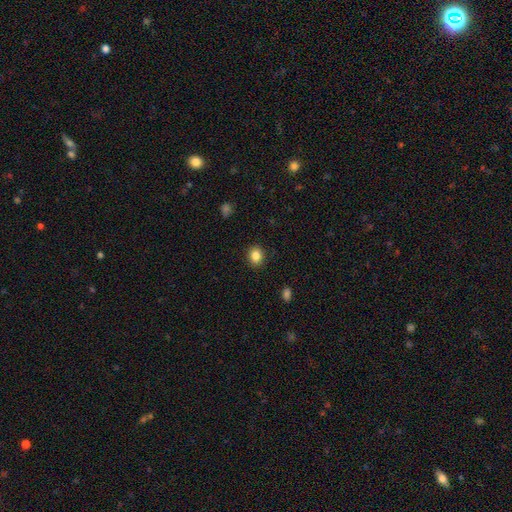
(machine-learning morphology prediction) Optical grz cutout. It shows a smooth galaxy with no disk features (85%) that is round (71%). Merging: none (90%).